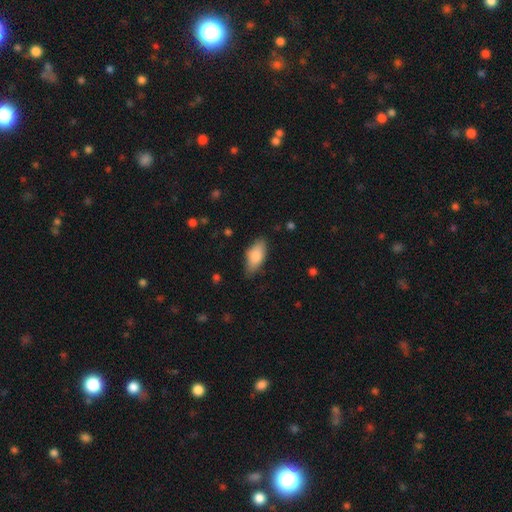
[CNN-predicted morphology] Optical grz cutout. It shows a smooth galaxy with no disk features (81%) that is in between round and cigar-shaped (87%). Merging: none (78%).